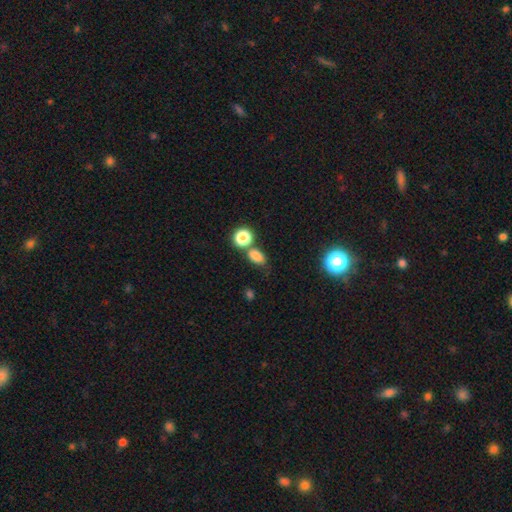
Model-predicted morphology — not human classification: Smooth or featured? Predicted: smooth (p=0.80). How rounded? Predicted: in between (p=0.74). Merging? Predicted: none (p=0.55).